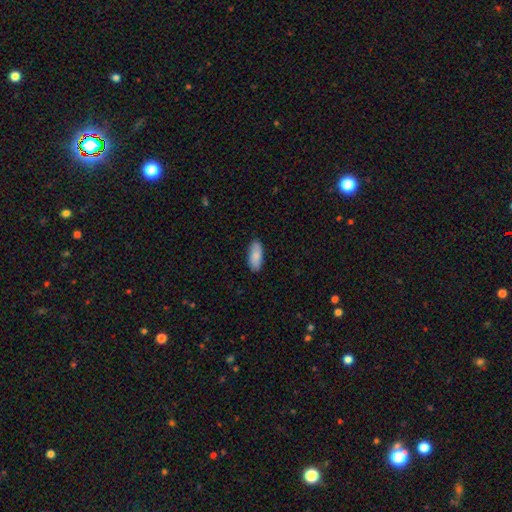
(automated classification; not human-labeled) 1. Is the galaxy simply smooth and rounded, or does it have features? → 88% smooth, 7% featured or disk, 6% star or artifact.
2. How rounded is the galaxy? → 84% in between, 14% cigar-shaped, 2% round.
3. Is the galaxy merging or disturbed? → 88% none, 9% minor disturbance, 2% major disturbance, 1% merger.